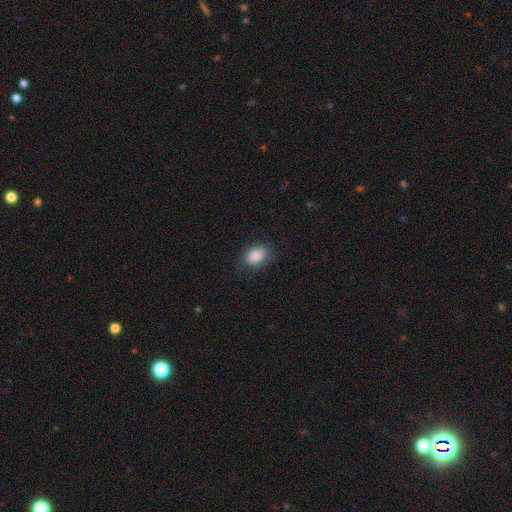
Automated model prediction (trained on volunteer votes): A smooth galaxy with no disk features (88%) that is in between round and cigar-shaped (77%). Merging: none (81%).